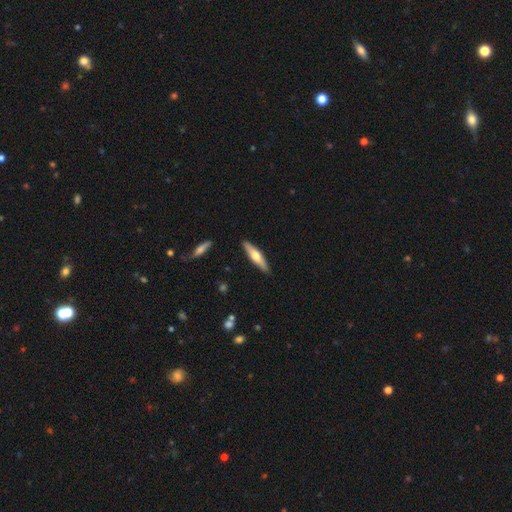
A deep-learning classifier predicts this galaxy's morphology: This is possibly a smooth galaxy (49%). Merging: clearly none (89%).